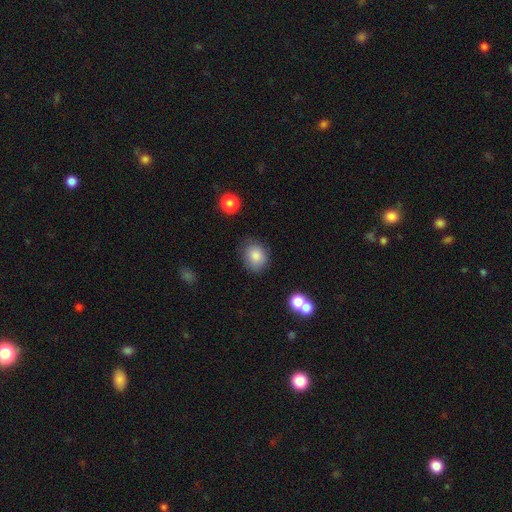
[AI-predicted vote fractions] Smooth or featured: smooth — 85% (star or artifact — 9%)
How rounded: round — 57% (in between — 42%)
Merging: none — 76% (minor disturbance — 17%)